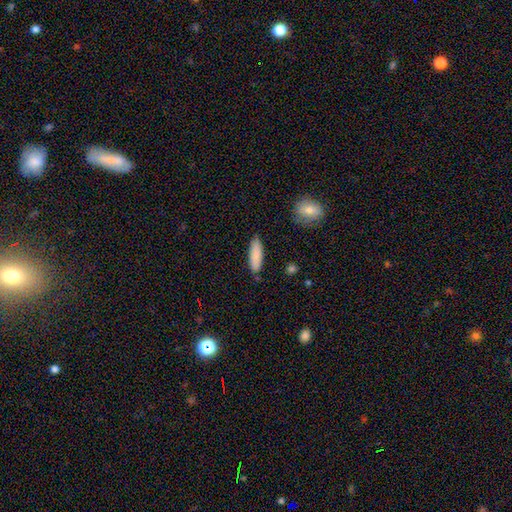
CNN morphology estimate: smooth_or_featured: smooth (p=0.86) [alt: featured or disk p=0.08]
how_rounded: in between (p=0.49) [tied with: cigar-shaped p=0.49]
merging: none (p=0.84) [alt: minor disturbance p=0.11]